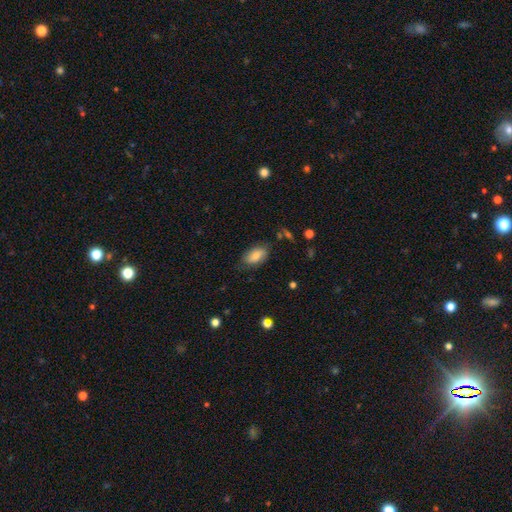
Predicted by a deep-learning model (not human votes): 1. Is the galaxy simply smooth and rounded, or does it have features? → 78% smooth, 14% featured or disk, 7% star or artifact.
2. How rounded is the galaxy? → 92% in between, 4% cigar-shaped, 4% round.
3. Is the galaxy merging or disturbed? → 76% none, 18% minor disturbance, 4% major disturbance, 2% merger.